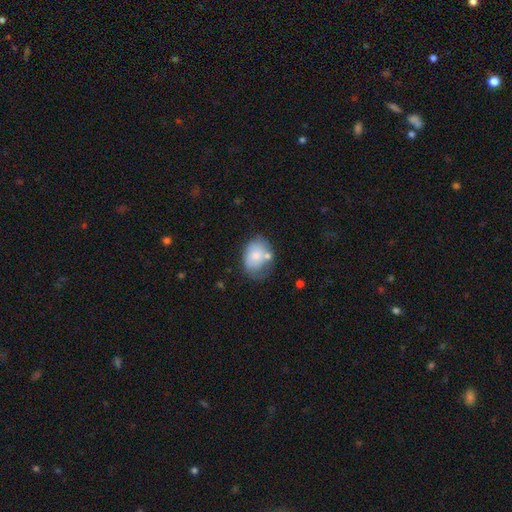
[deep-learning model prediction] smooth 70%, featured or disk 23%, star or artifact 7%. Down the decision tree: how rounded — in between (71%); merging — none (44%).